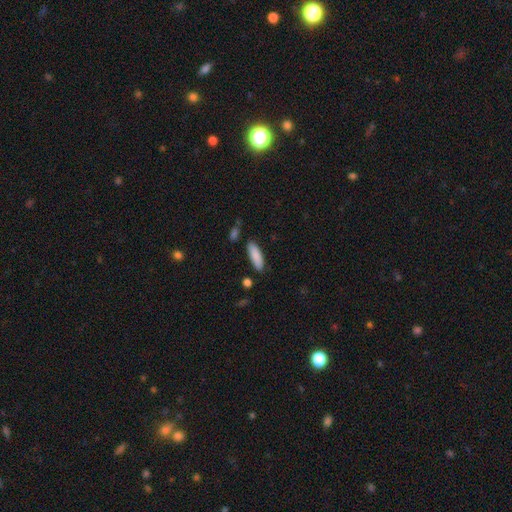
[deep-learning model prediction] Smooth or featured? Predicted: smooth (p=0.87). How rounded? Predicted: in between (p=0.51). Merging? Predicted: none (p=0.82).